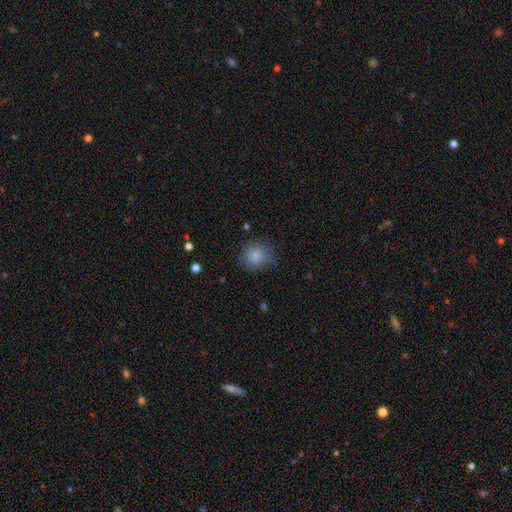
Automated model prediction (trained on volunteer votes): Q: Smooth or featured?
A: smooth (83%); runner-up: star or artifact (9%)
Q: How rounded?
A: round (85%); runner-up: in between (14%)
Q: Merging?
A: none (73%); runner-up: minor disturbance (19%)